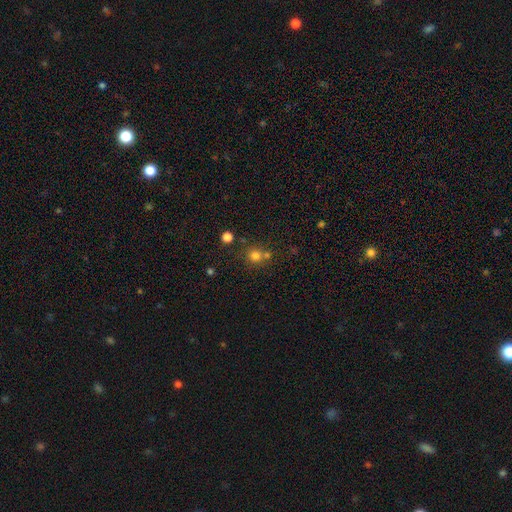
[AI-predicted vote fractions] smooth_or_featured: smooth (p=0.75) [alt: star or artifact p=0.17]
how_rounded: round (p=0.89) [alt: in between p=0.10]
merging: none (p=0.62) [alt: merger p=0.26]